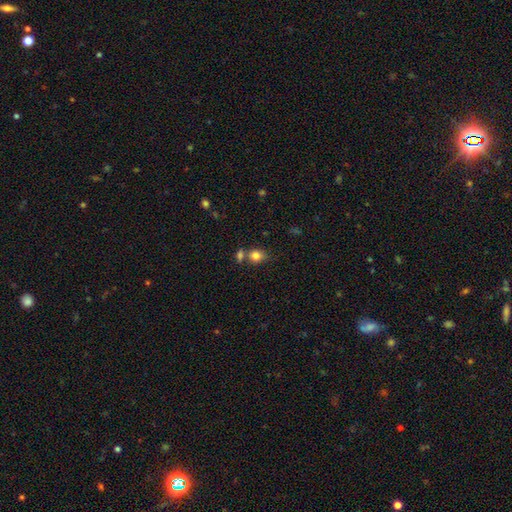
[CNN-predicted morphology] Smooth or featured: smooth — 82% (star or artifact — 11%)
How rounded: round — 57% (in between — 41%)
Merging: none — 55% (merger — 28%)